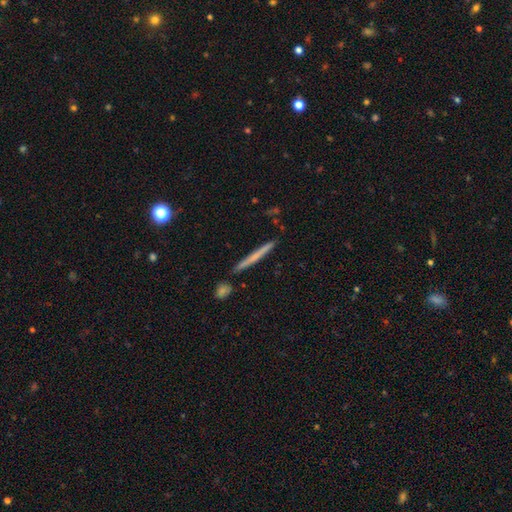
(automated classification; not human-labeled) This is possibly a smooth galaxy (49%). Merging: clearly none (88%).